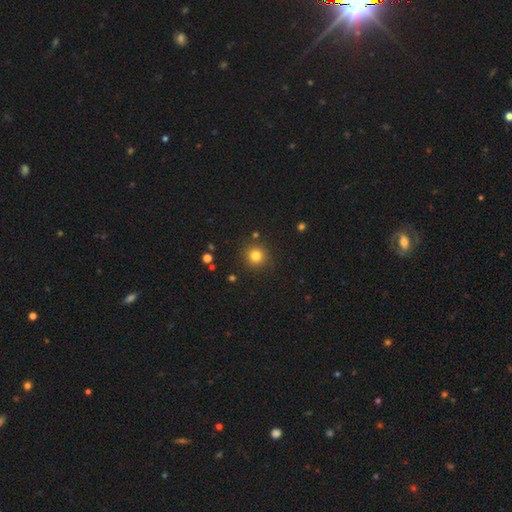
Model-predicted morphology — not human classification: This appears to be a smooth galaxy with no disk features (80%) that is round (94%). Merging: none (89%).